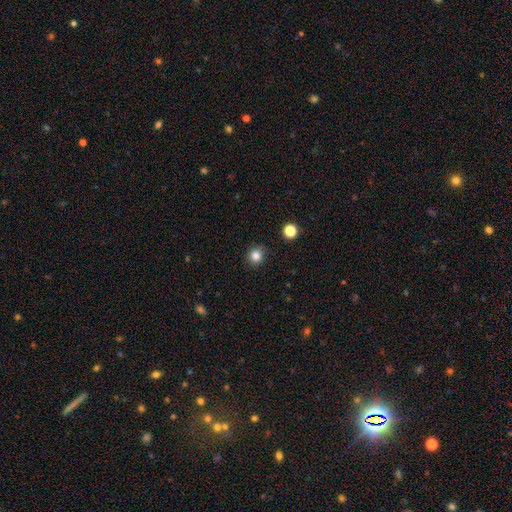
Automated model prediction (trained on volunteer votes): smooth 83%, star or artifact 12%, featured or disk 5%. Down the decision tree: how rounded — round (88%); merging — none (89%).